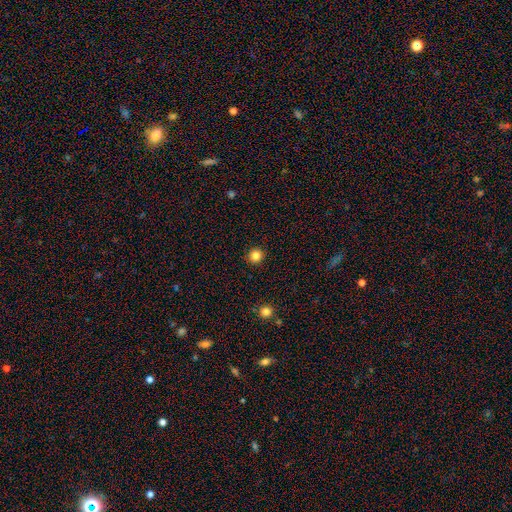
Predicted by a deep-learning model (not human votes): This is clearly a smooth galaxy (84%). How rounded: clearly round (94%). Merging: clearly none (93%).